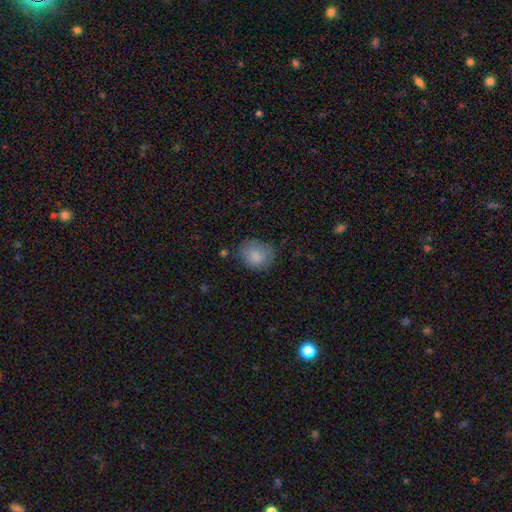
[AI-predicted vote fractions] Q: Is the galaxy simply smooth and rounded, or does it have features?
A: smooth — 83%.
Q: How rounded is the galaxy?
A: round — 65%.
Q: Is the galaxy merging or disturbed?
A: none — 73%.